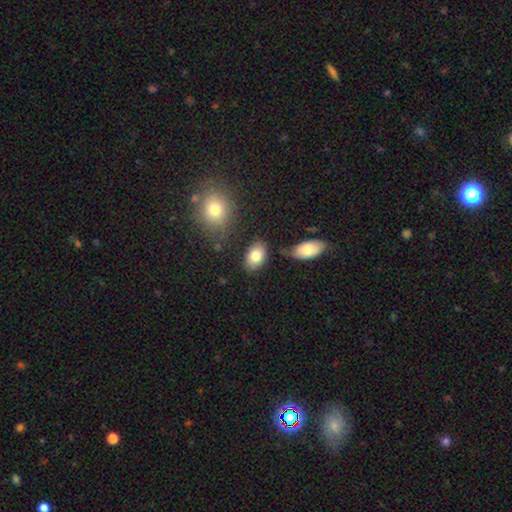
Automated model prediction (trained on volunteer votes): smooth-or-featured: smooth: 82% | featured or disk: 10% | star or artifact: 8%
  how-rounded: in between: 88% | round: 11% | cigar-shaped: 1%
  merging: none: 75% | minor disturbance: 15% | merger: 6% | major disturbance: 4%